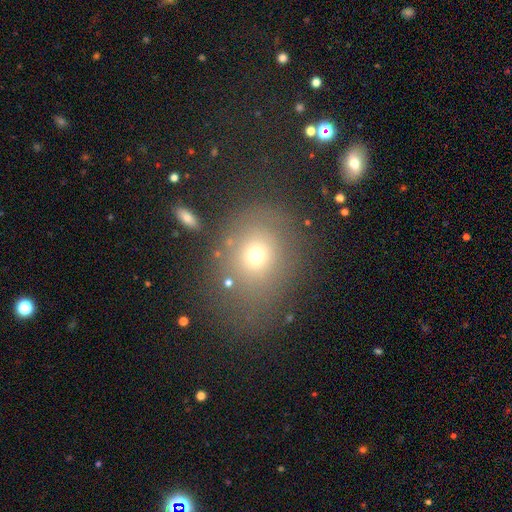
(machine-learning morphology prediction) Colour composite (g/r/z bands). It shows a smooth galaxy with no disk features (66%) that is round (63%). Merging: none (68%).